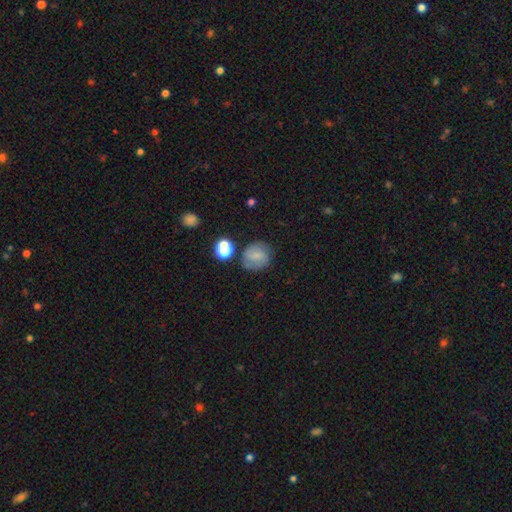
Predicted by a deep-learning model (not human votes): Q: Smooth or featured?
A: smooth (57%); runner-up: featured or disk (31%)
Q: How rounded?
A: round (77%); runner-up: in between (21%)
Q: Merging?
A: none (68%); runner-up: minor disturbance (19%)